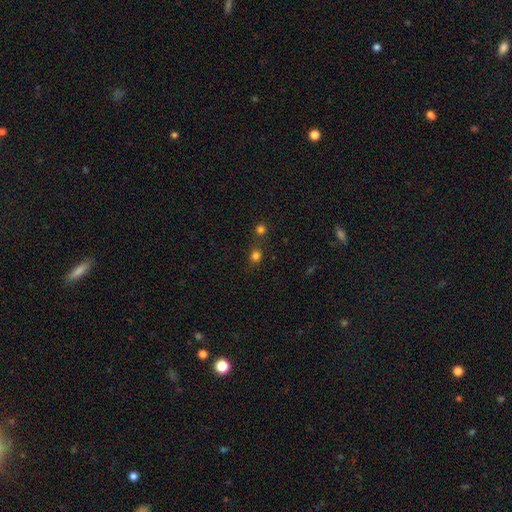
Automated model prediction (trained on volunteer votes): The model was most divided on "merging": none: 70%, merger: 15%, minor disturbance: 10%, major disturbance: 4%. More confident: how rounded — round (81%); smooth or featured — smooth (75%).